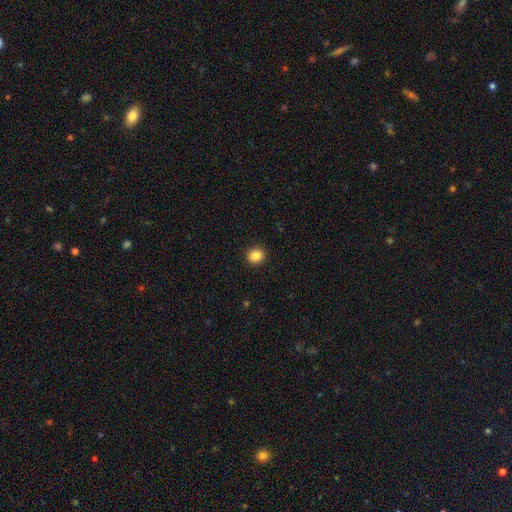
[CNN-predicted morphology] Overall: smooth (86%). How rounded: round (85%). Merging: none (92%).